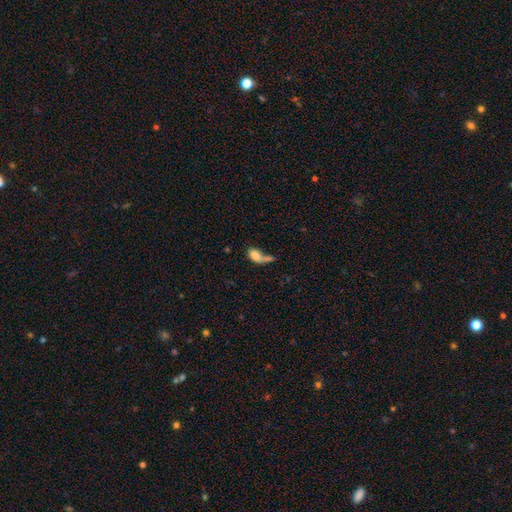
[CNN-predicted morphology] Smooth or featured: smooth — 69% (featured or disk — 22%)
How rounded: in between — 81% (round — 13%)
Merging: merger — 35% (major disturbance — 28%)